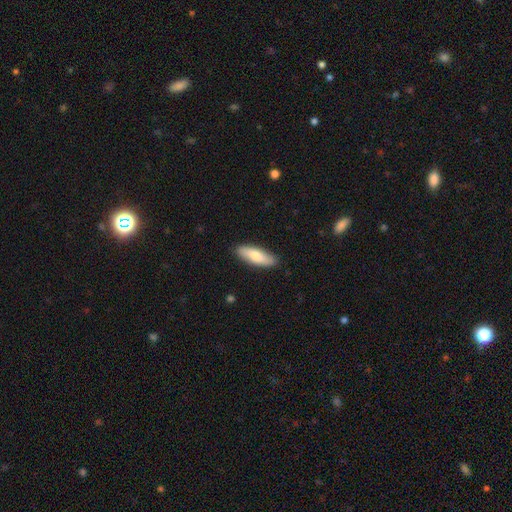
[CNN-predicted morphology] This is likely a smooth galaxy (76%). How rounded: possibly in between (53%). Merging: clearly none (88%).